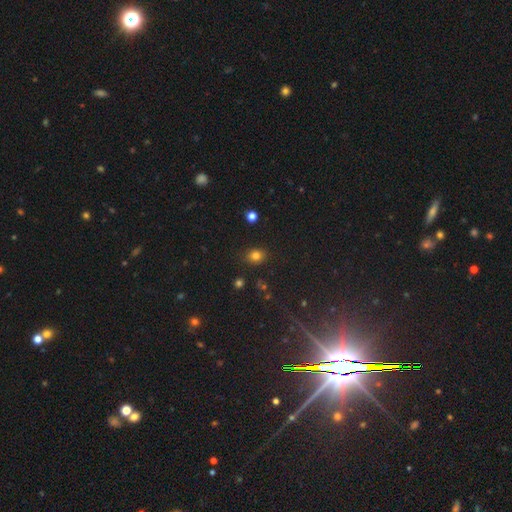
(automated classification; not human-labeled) Overall: smooth (79%). How rounded: round (59%; in between 40%). Merging: none (85%).